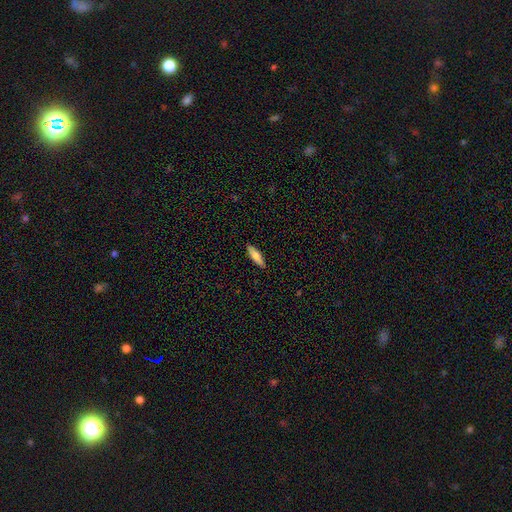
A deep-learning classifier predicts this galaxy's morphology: smooth-or-featured: smooth: 70% | featured or disk: 24% | star or artifact: 6%
  how-rounded: cigar-shaped: 55% | in between: 43% | round: 2%
  merging: none: 90% | minor disturbance: 8% | major disturbance: 2% | merger: 1%